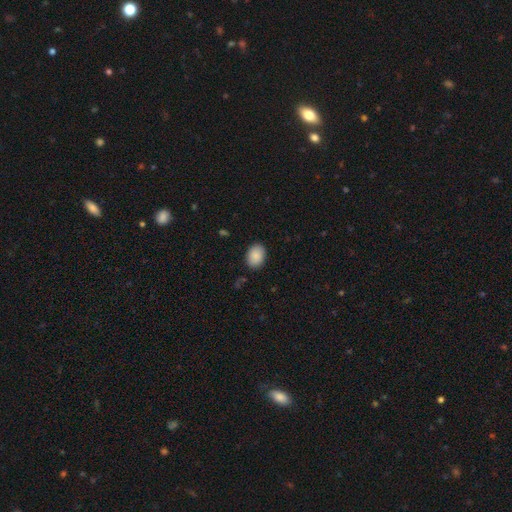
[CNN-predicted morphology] smooth-or-featured: smooth: 89% | star or artifact: 7% | featured or disk: 3%
  how-rounded: in between: 73% | round: 26% | cigar-shaped: 1%
  merging: none: 87% | minor disturbance: 9% | major disturbance: 2% | merger: 1%